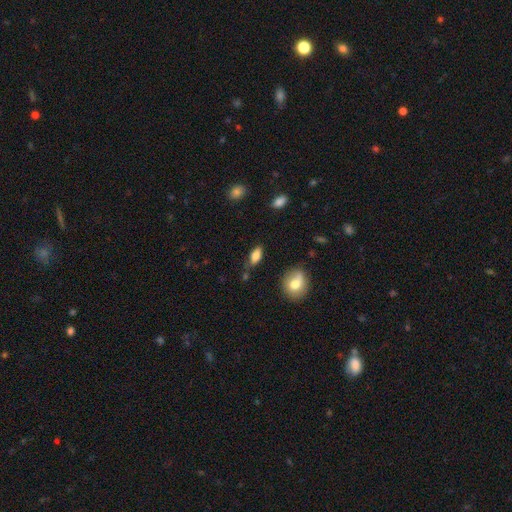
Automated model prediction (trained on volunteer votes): Q: Smooth or featured?
A: smooth (76%); runner-up: featured or disk (16%)
Q: How rounded?
A: in between (80%); runner-up: cigar-shaped (14%)
Q: Merging?
A: none (68%); runner-up: minor disturbance (22%)